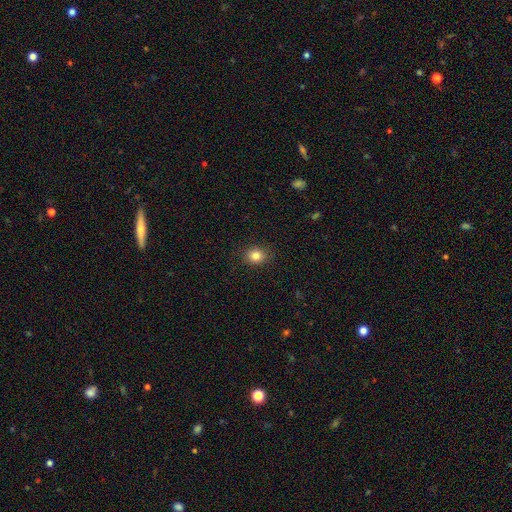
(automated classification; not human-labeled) Smooth or featured? Predicted: smooth (p=0.83). How rounded? Predicted: round (p=0.72). Merging? Predicted: none (p=0.89).